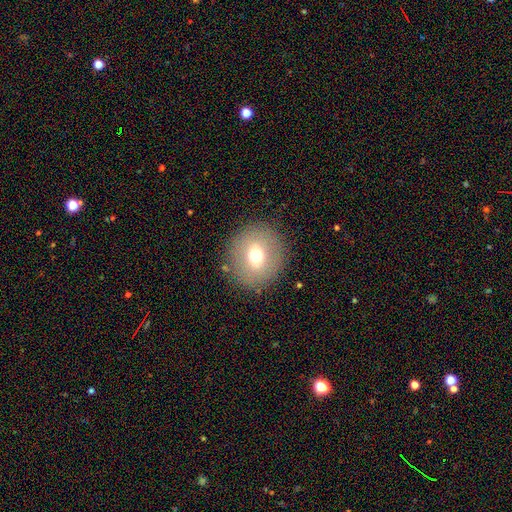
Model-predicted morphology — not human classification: The model was most divided on "smooth or featured": smooth: 64%, featured or disk: 24%, star or artifact: 12%. More confident: how rounded — round (88%); merging — none (87%).